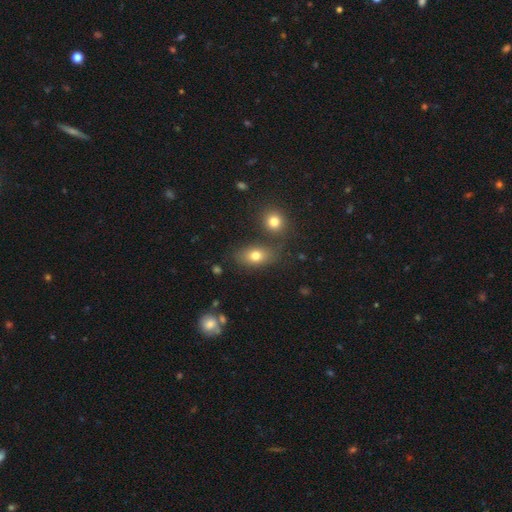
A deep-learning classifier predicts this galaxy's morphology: A smooth galaxy with no disk features (75%) that is in between round and cigar-shaped (79%).

Vote fractions:
- Smooth or featured? smooth: 75% / featured or disk: 13% / star or artifact: 12%
- How rounded? in between: 79% / round: 18% / cigar-shaped: 2%
- Merging? none: 69% / merger: 14% / minor disturbance: 13% / major disturbance: 4%